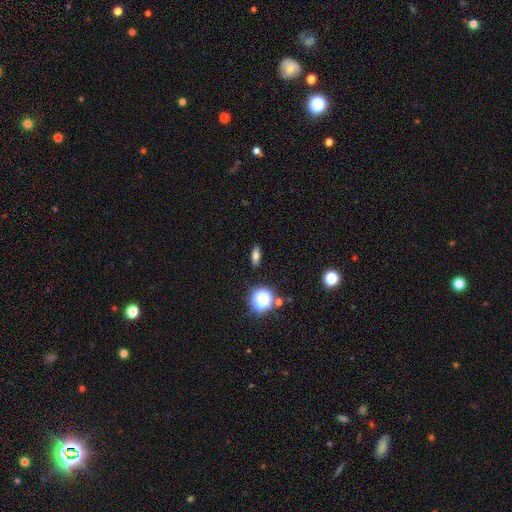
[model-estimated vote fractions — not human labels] Morphology: type=smooth (73%); roundness=in between (71%); merging=none (89%).